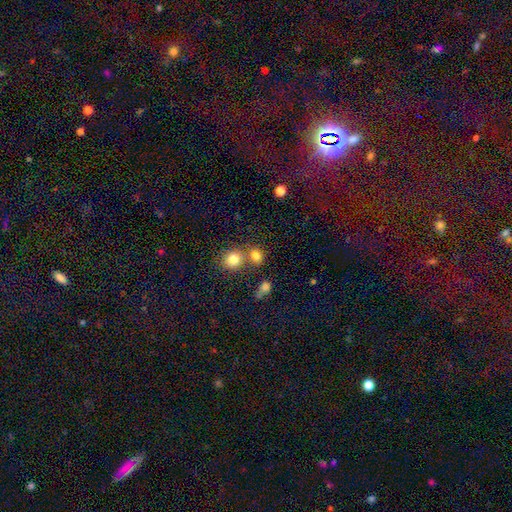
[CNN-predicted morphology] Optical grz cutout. It shows a smooth galaxy with no disk features (80%) that is round (61%). Merging: none (55%).